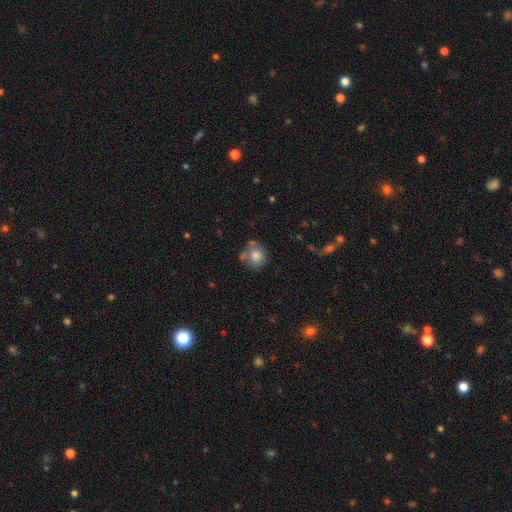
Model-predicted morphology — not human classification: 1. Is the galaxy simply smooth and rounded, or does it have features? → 71% smooth, 20% featured or disk, 9% star or artifact.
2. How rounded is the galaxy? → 74% round, 25% in between, 1% cigar-shaped.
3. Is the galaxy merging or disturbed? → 49% none, 24% minor disturbance, 15% merger, 11% major disturbance.